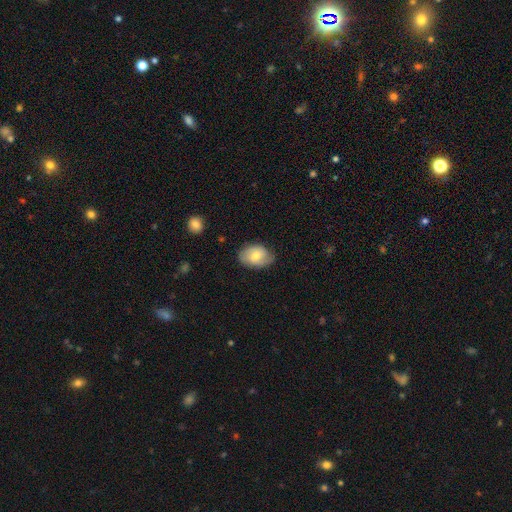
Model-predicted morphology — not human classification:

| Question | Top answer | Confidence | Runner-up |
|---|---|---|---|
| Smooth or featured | smooth | 63% | featured or disk (30%) |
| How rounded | in between | 82% | round (17%) |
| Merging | none | 71% | minor disturbance (23%) |